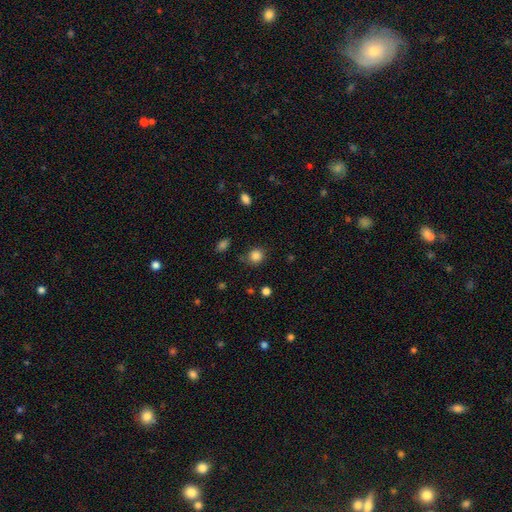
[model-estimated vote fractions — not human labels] Smooth or featured? Predicted: smooth (p=0.84). How rounded? Predicted: round (p=0.84). Merging? Predicted: none (p=0.81).